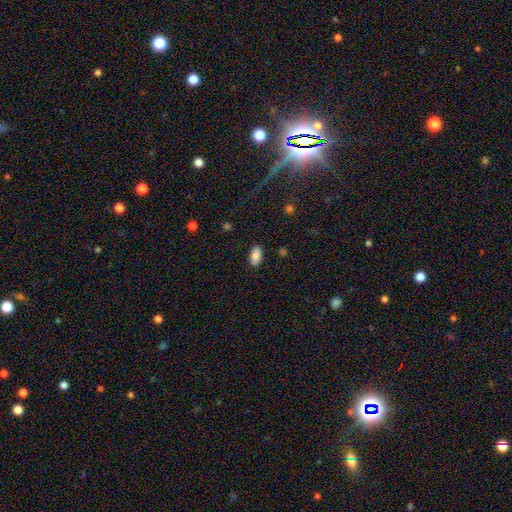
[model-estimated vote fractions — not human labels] Overall: smooth (87%). How rounded: in between (94%). Merging: none (87%).